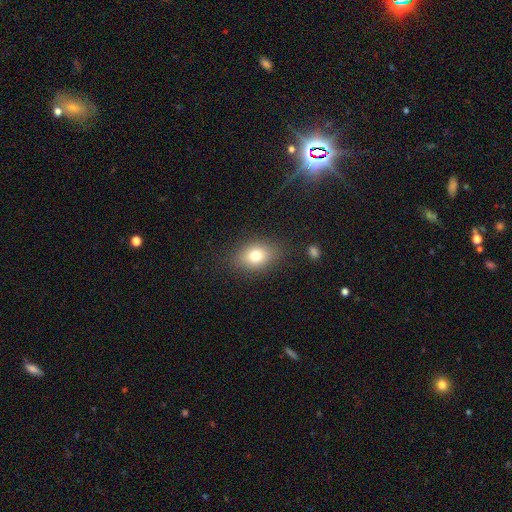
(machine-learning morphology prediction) smooth-or-featured: smooth: 76% | featured or disk: 13% | star or artifact: 11%
  how-rounded: in between: 71% | round: 28% | cigar-shaped: 2%
  merging: none: 83% | minor disturbance: 11% | major disturbance: 4% | merger: 2%